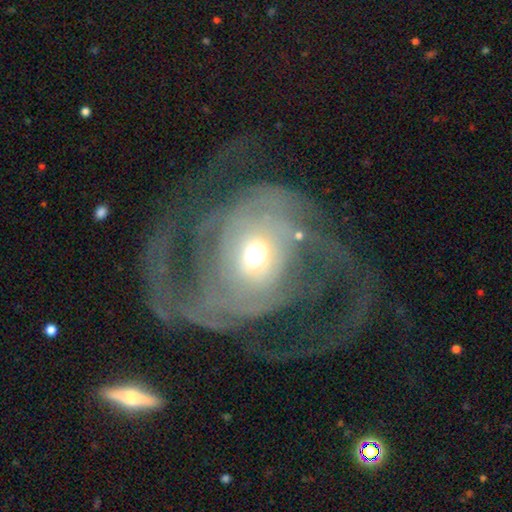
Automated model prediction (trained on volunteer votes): A featured or disk galaxy (67%) with no bar (77%), spiral arms (59%) and a moderate central bulge (62%).

Vote fractions:
- Smooth or featured? featured or disk: 67% / smooth: 23% / star or artifact: 10%
- Edge-on disk? no: 96% / yes: 4%
- Bar? no: 77% / weak: 16% / strong: 6%
- Spiral arms? yes: 59% / no: 41%
- Bulge size? moderate: 62% / small: 20% / large: 14% / dominant: 3% / none: 2%
- Merging? major disturbance: 46% / none: 34% / minor disturbance: 15% / merger: 4%